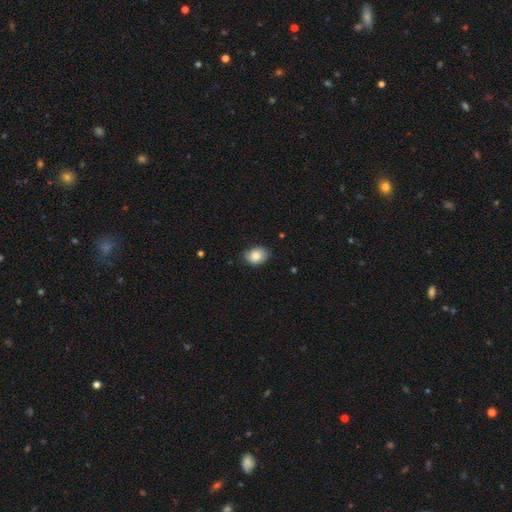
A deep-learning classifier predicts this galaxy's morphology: smooth-or-featured: smooth: 83% | featured or disk: 9% | star or artifact: 8%
  how-rounded: in between: 69% | round: 30% | cigar-shaped: 1%
  merging: none: 82% | minor disturbance: 15% | major disturbance: 2% | merger: 1%